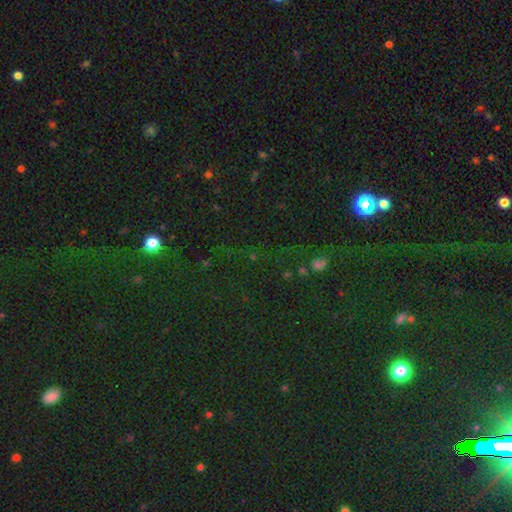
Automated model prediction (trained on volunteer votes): Q: Smooth or featured?
A: star or artifact (72%); runner-up: smooth (19%)